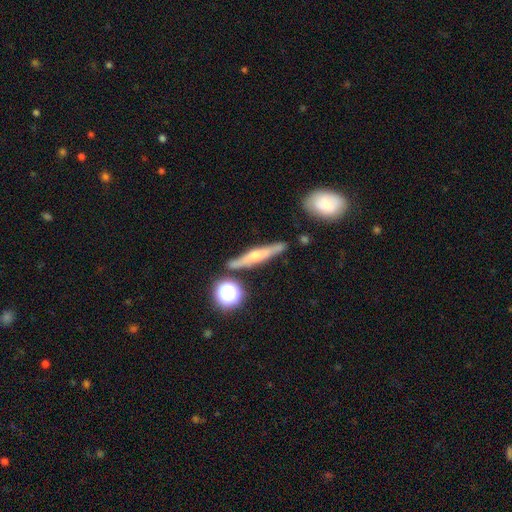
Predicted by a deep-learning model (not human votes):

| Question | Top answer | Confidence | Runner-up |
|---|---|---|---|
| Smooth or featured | featured or disk | 61% | smooth (29%) |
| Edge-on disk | yes | 93% | no (7%) |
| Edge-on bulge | rounded | 82% | none (11%) |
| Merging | none | 83% | minor disturbance (10%) |